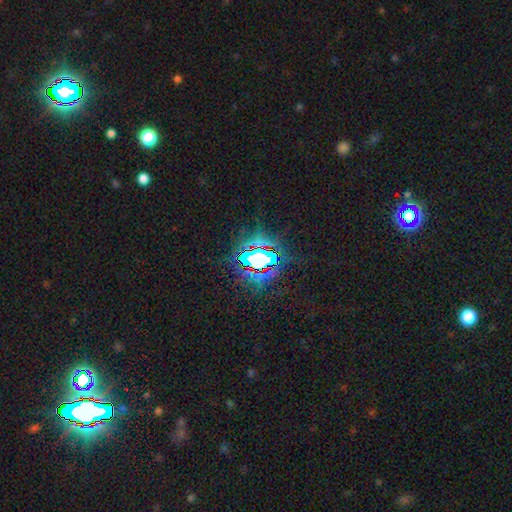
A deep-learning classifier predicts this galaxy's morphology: Smooth or featured? star or artifact (71%)